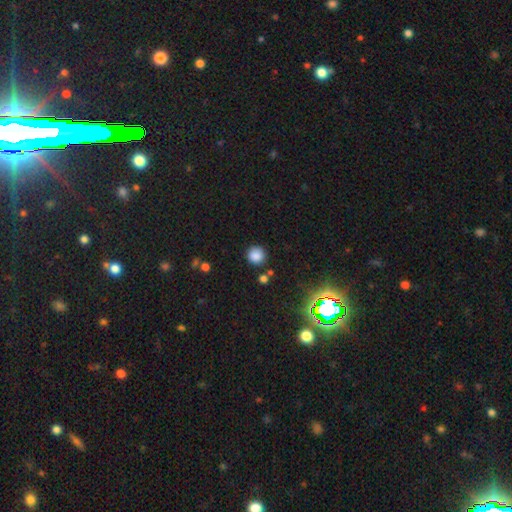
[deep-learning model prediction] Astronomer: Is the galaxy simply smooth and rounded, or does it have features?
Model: smooth — 82%.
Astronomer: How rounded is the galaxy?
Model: round — 92%.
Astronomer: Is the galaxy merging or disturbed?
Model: none — 84%.